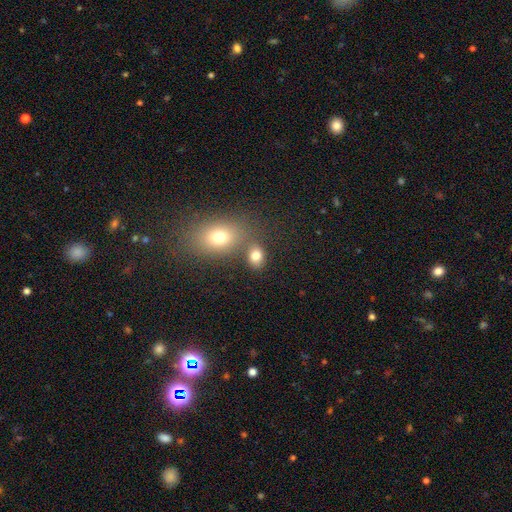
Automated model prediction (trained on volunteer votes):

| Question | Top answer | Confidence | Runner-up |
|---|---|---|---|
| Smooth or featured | smooth | 78% | star or artifact (13%) |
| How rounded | in between | 62% | round (37%) |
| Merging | none | 61% | merger (23%) |